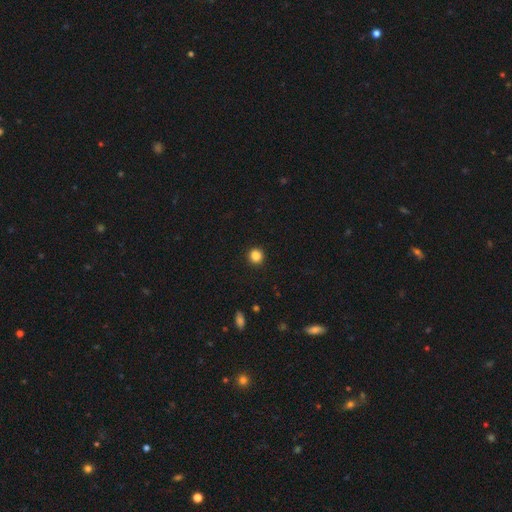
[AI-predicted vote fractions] This is clearly a smooth galaxy (86%). How rounded: clearly round (90%). Merging: clearly none (91%).